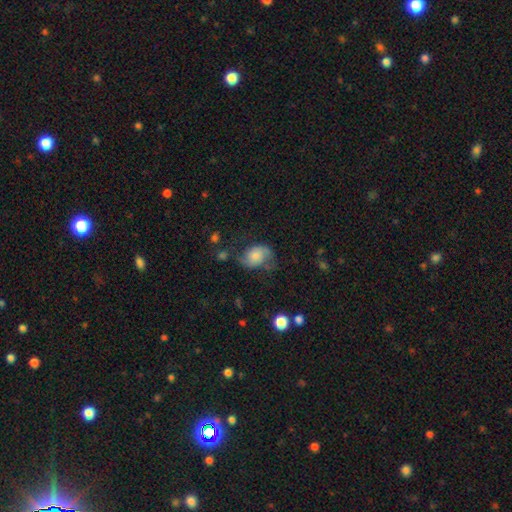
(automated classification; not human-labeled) A featured or disk galaxy (47%).

Vote fractions:
- Smooth or featured? featured or disk: 47% / smooth: 44% / star or artifact: 9%
- Merging? none: 49% / minor disturbance: 28% / major disturbance: 20% / merger: 3%